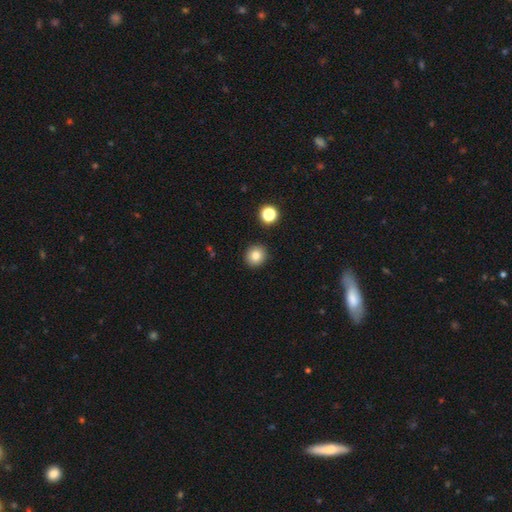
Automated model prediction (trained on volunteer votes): Smooth or featured? Predicted: smooth (p=0.81). How rounded? Predicted: round (p=0.89). Merging? Predicted: none (p=0.91).